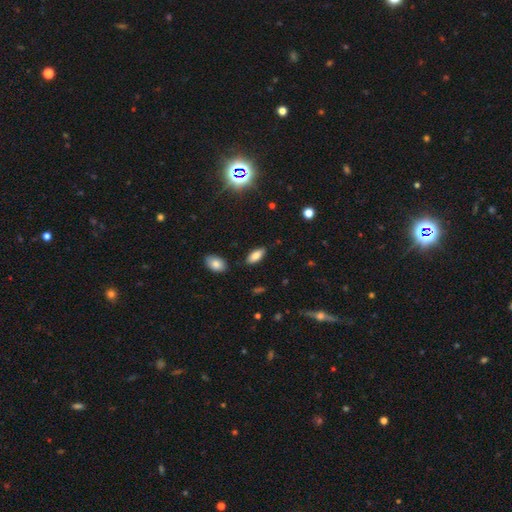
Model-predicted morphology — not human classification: The model was most divided on "smooth or featured": smooth: 80%, featured or disk: 11%, star or artifact: 9%. More confident: merging — none (85%); how rounded — in between (84%).